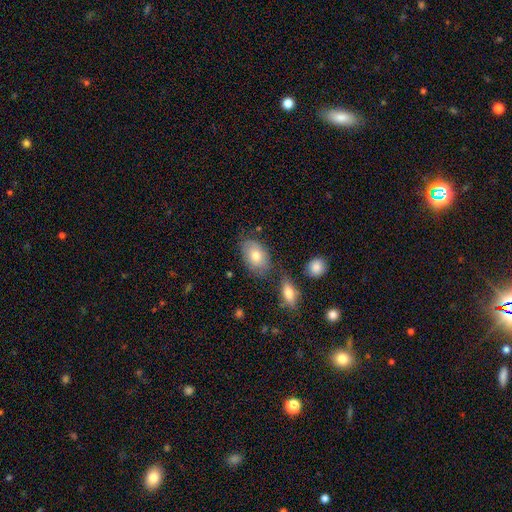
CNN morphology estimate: Smooth or featured?
  - smooth: 76% *
  - featured or disk: 17%
  - star or artifact: 7%
How rounded?
  - in between: 88% *
  - round: 11%
  - cigar-shaped: 1%
Merging?
  - none: 66% *
  - minor disturbance: 19%
  - merger: 9%
  - major disturbance: 5%